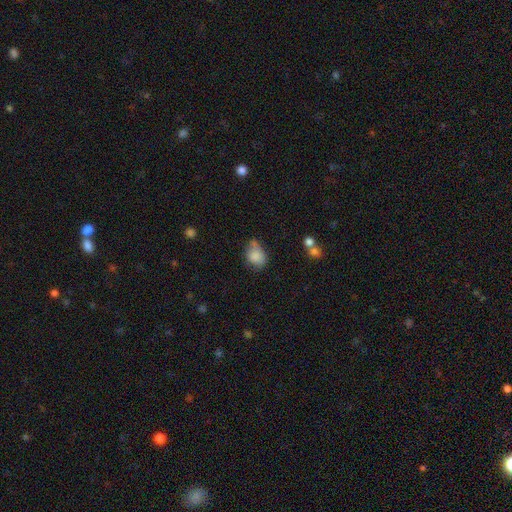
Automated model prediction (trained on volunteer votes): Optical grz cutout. It shows a smooth galaxy with no disk features (81%) that is in between round and cigar-shaped (58%). Merging: none (40%).